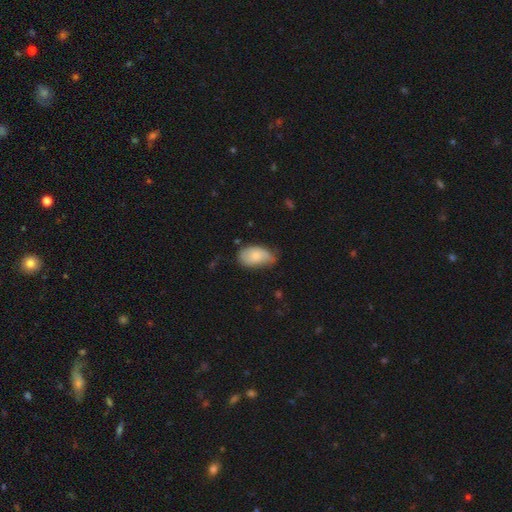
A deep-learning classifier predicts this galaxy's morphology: Overall: smooth (75%). How rounded: in between (92%). Merging: none (44%; minor disturbance 43%).